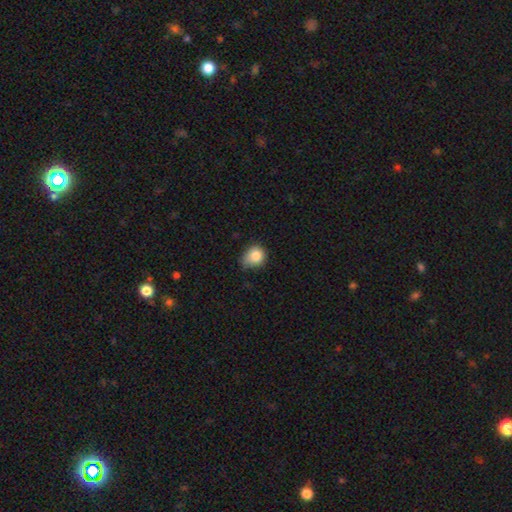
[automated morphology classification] This appears to be a smooth galaxy with no disk features (83%) that is round (73%). Merging: none (51%).